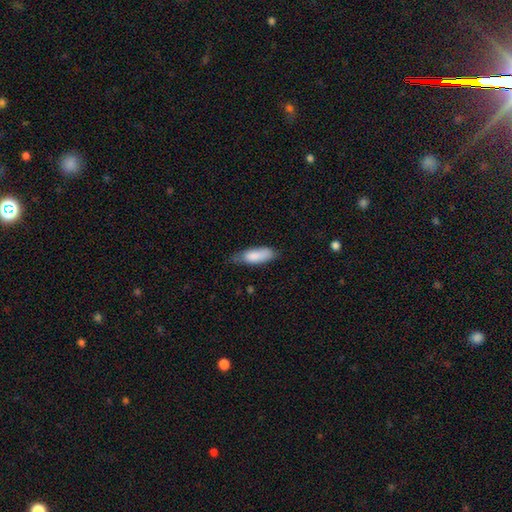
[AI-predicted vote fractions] smooth-or-featured: smooth: 85% | featured or disk: 9% | star or artifact: 6%
  how-rounded: in between: 69% | cigar-shaped: 29% | round: 2%
  merging: none: 59% | minor disturbance: 33% | major disturbance: 7% | merger: 2%